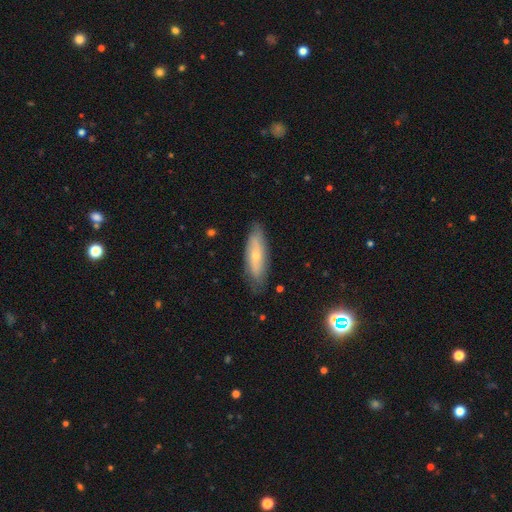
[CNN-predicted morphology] Smooth or featured: smooth — 50% (featured or disk — 43%)
Merging: none — 78% (minor disturbance — 17%)